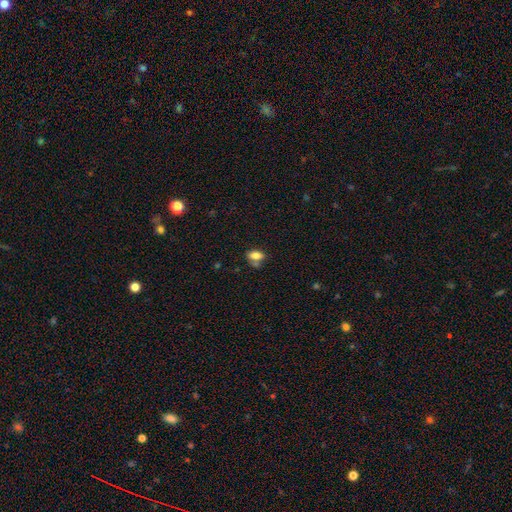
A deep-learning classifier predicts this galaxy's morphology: The model was most divided on "merging": none: 53%, minor disturbance: 21%, merger: 18%, major disturbance: 8%. More confident: how rounded — in between (85%); smooth or featured — smooth (78%).